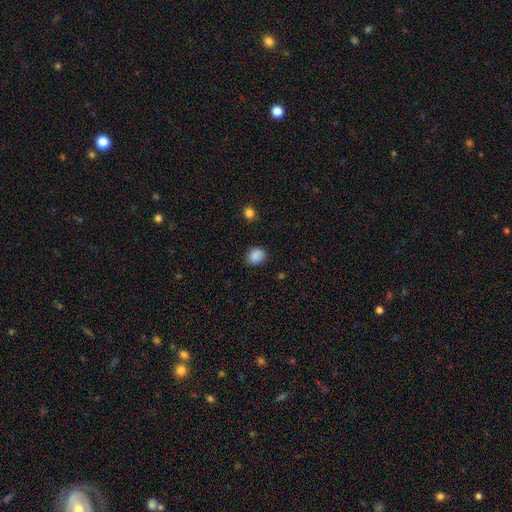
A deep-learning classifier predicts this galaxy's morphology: Smooth or featured? Predicted: smooth (p=0.87). How rounded? Predicted: round (p=0.69). Merging? Predicted: none (p=0.81).